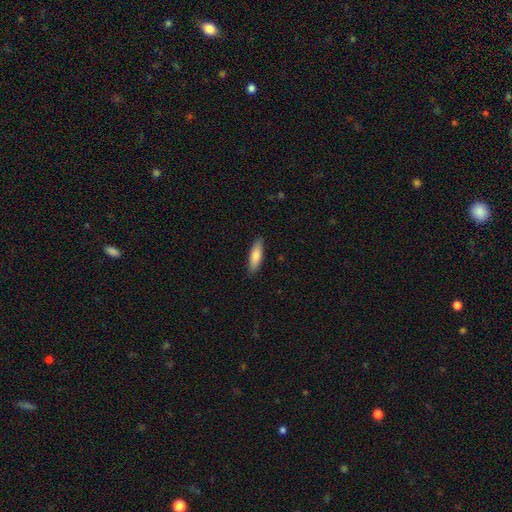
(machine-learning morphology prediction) The model was most divided on "how rounded" (2-way tie): cigar-shaped: 49%, in between: 49%, round: 2%. More confident: merging — none (88%); smooth or featured — smooth (81%).